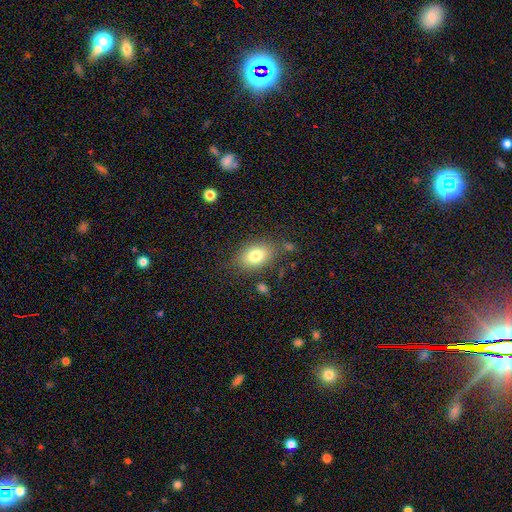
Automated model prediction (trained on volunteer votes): This is likely a smooth galaxy (79%). How rounded: clearly in between (81%). Merging: likely none (78%).